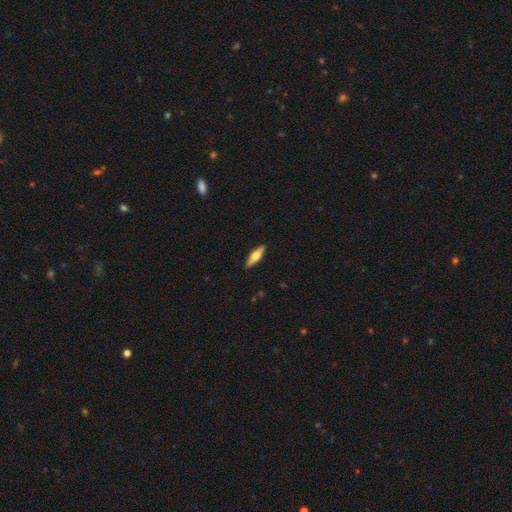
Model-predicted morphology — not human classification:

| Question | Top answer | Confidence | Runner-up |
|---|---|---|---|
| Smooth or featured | featured or disk | 48% | smooth (46%) |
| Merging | none | 90% | minor disturbance (8%) |